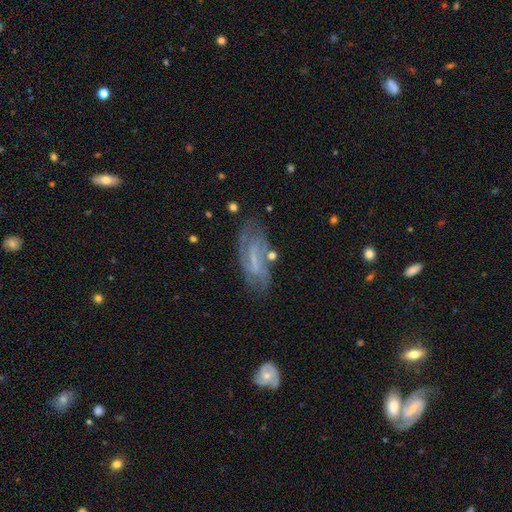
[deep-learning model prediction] A featured or disk galaxy (57%). Merging: none (66%).